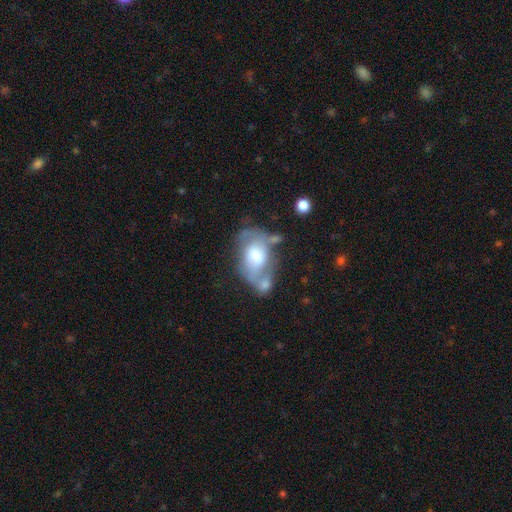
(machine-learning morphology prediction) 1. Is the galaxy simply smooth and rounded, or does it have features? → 58% featured or disk, 35% smooth, 7% star or artifact.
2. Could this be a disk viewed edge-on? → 95% no, 5% yes.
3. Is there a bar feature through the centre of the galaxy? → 50% no, 39% weak, 11% strong.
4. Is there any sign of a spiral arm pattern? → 67% yes, 33% no.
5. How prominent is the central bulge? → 53% moderate, 22% small, 20% large, 3% none, 2% dominant.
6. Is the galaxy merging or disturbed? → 33% merger, 29% none, 20% minor disturbance, 17% major disturbance.